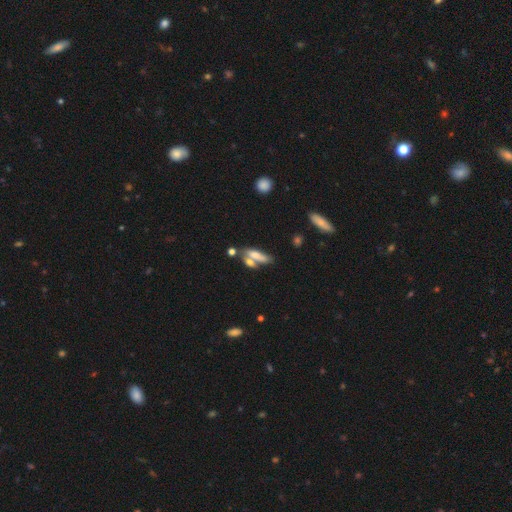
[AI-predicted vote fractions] Smooth or featured: smooth — 62% (featured or disk — 29%)
How rounded: in between — 48% (tied with cigar-shaped — 48%)
Merging: merger — 43% (none — 37%)